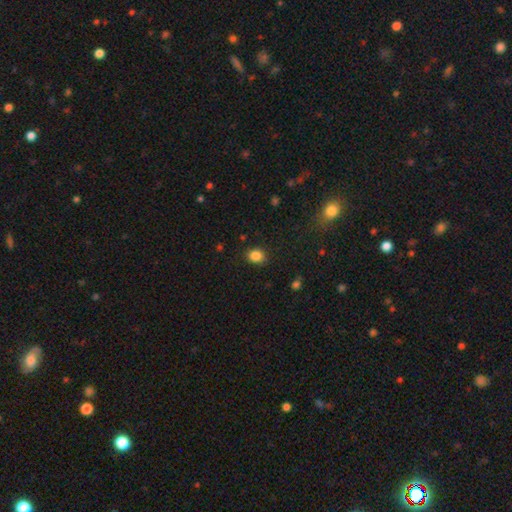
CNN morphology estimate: Smooth or featured: smooth — 86% (star or artifact — 10%)
How rounded: round — 57% (in between — 42%)
Merging: none — 86% (minor disturbance — 10%)